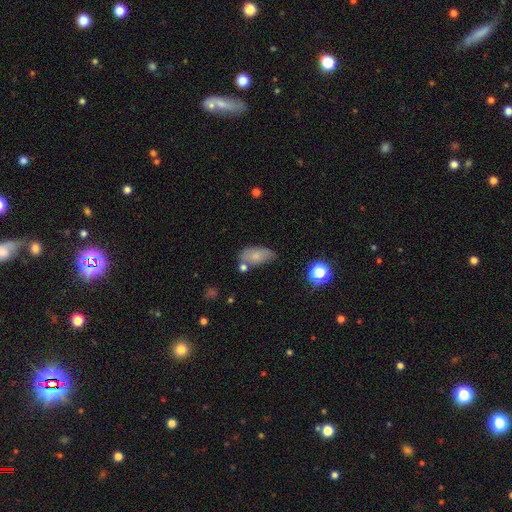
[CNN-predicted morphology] Q: Smooth or featured?
A: smooth (73%); runner-up: featured or disk (18%)
Q: How rounded?
A: in between (89%); runner-up: round (6%)
Q: Merging?
A: none (54%); runner-up: minor disturbance (27%)